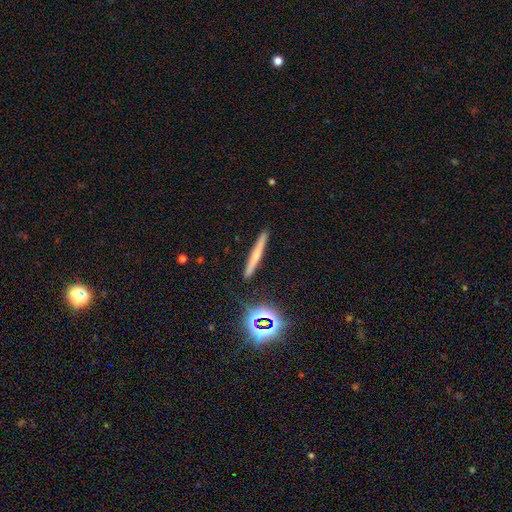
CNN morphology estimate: A smooth galaxy with no disk features (50%) that is cigar-shaped (93%).

Vote fractions:
- Smooth or featured? smooth: 50% / featured or disk: 36% / star or artifact: 14%
- How rounded? cigar-shaped: 93% / in between: 4% / round: 3%
- Merging? none: 89% / minor disturbance: 7% / merger: 2% / major disturbance: 2%